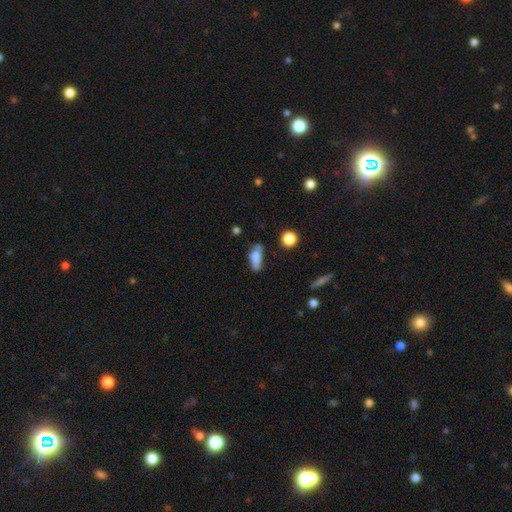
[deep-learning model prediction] smooth 70%, featured or disk 20%, star or artifact 10%. Down the decision tree: how rounded — in between (67%); merging — none (45%).